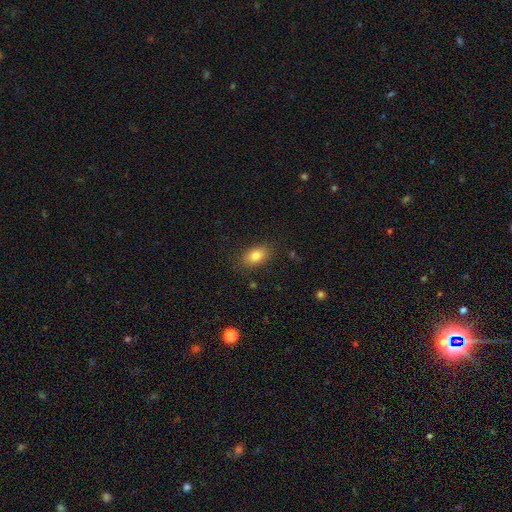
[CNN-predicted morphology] Q: Smooth or featured?
A: smooth (82%); runner-up: star or artifact (9%)
Q: How rounded?
A: in between (86%); runner-up: round (12%)
Q: Merging?
A: none (85%); runner-up: minor disturbance (11%)